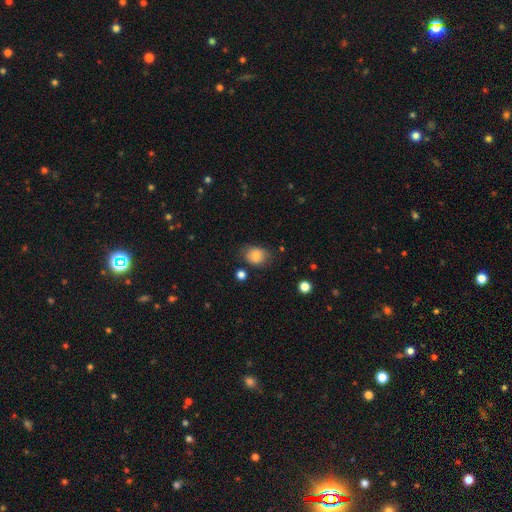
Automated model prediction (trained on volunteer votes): This is clearly a smooth galaxy (81%). How rounded: possibly in between (54%). Merging: likely none (72%).